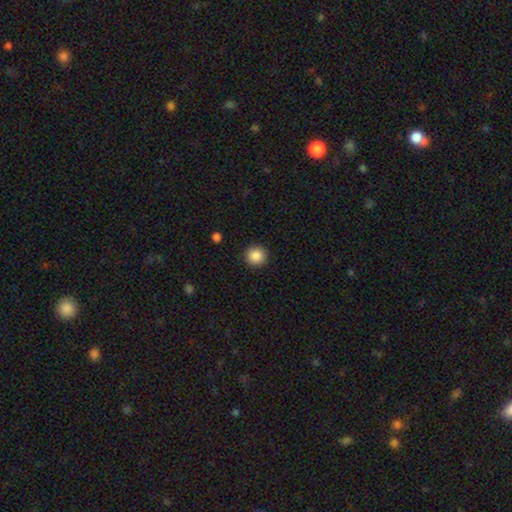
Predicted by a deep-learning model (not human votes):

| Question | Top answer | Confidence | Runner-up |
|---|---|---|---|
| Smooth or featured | smooth | 88% | star or artifact (9%) |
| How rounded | round | 95% | in between (4%) |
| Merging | none | 92% | minor disturbance (5%) |